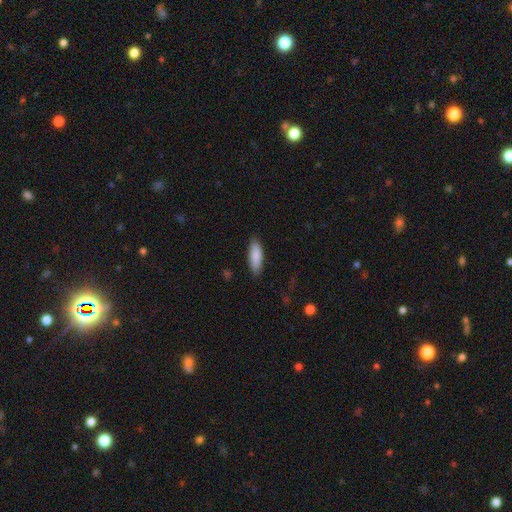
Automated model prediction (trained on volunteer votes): Smooth or featured?
  - smooth: 87% *
  - featured or disk: 7%
  - star or artifact: 6%
How rounded?
  - in between: 58% *
  - cigar-shaped: 40%
  - round: 2%
Merging?
  - none: 86% *
  - minor disturbance: 11%
  - major disturbance: 2%
  - merger: 1%